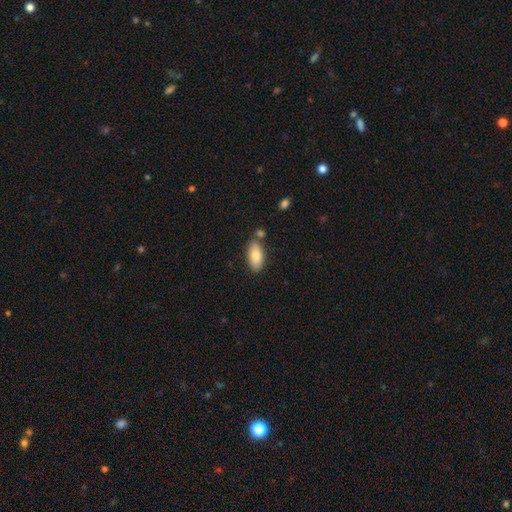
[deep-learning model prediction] Smooth or featured? smooth (82%)
How rounded? in between (88%)
Merging? none (74%)